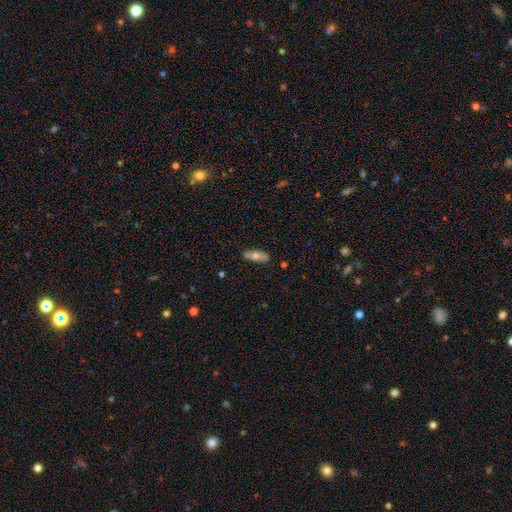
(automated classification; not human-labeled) The model was most divided on "smooth or featured": smooth: 58%, featured or disk: 35%, star or artifact: 7%. More confident: merging — none (80%); how rounded — in between (70%).